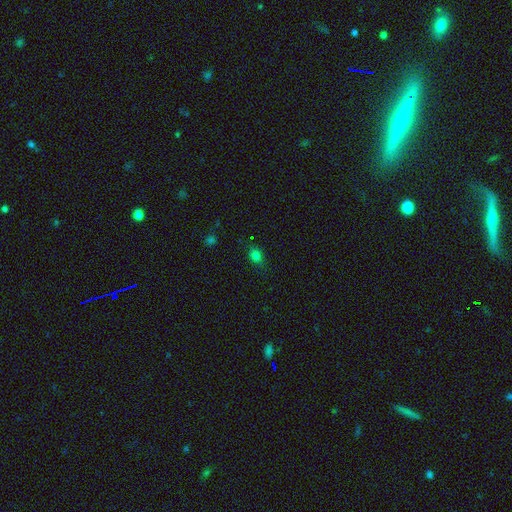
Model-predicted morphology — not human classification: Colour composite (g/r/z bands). It shows a smooth galaxy with no disk features (78%) that is in between round and cigar-shaped (55%). Merging: none (82%).